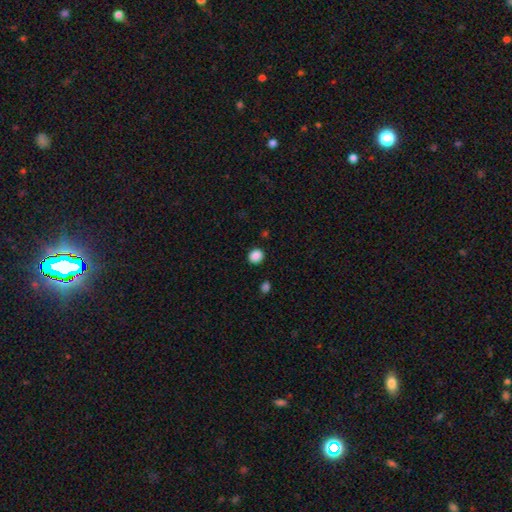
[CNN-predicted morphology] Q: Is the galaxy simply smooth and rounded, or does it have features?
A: smooth — 88%.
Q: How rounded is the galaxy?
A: round — 78%.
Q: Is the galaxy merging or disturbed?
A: none — 90%.